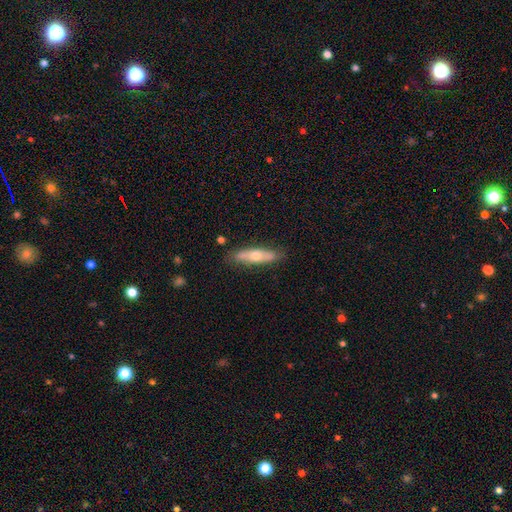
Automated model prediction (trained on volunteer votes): smooth 53%, featured or disk 41%, star or artifact 6%. Down the decision tree: how rounded — cigar-shaped (67%); merging — none (82%).